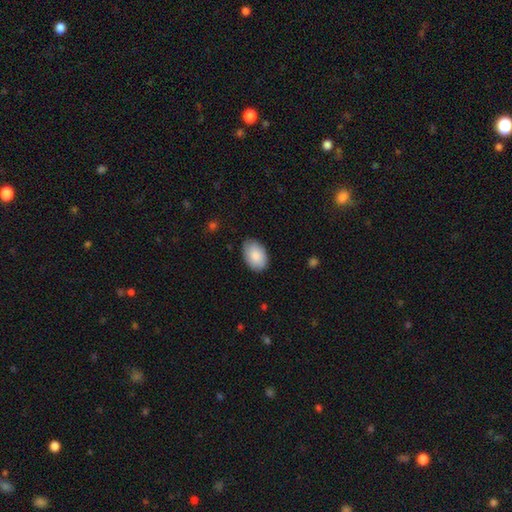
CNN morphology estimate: Smooth or featured? smooth (87%)
How rounded? in between (89%)
Merging? none (84%)